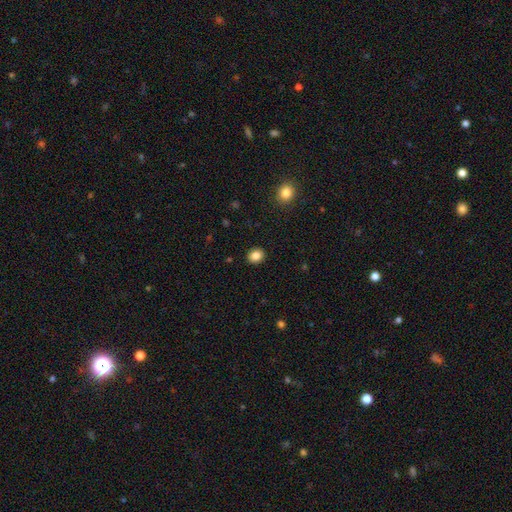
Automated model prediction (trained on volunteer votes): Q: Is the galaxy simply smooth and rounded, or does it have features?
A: smooth — 85%.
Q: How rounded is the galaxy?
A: round — 69%.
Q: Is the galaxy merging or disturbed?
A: none — 91%.